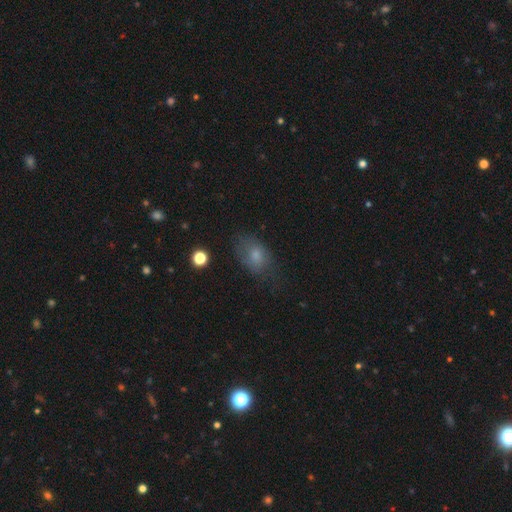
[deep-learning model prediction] Q: Smooth or featured?
A: smooth (73%); runner-up: featured or disk (16%)
Q: How rounded?
A: in between (83%); runner-up: round (15%)
Q: Merging?
A: none (57%); runner-up: minor disturbance (27%)